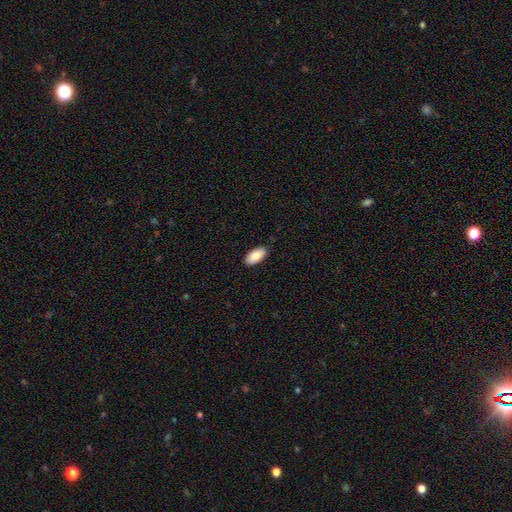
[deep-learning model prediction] This appears to be a smooth galaxy with no disk features (86%) that is in between round and cigar-shaped (94%). Merging: none (89%).